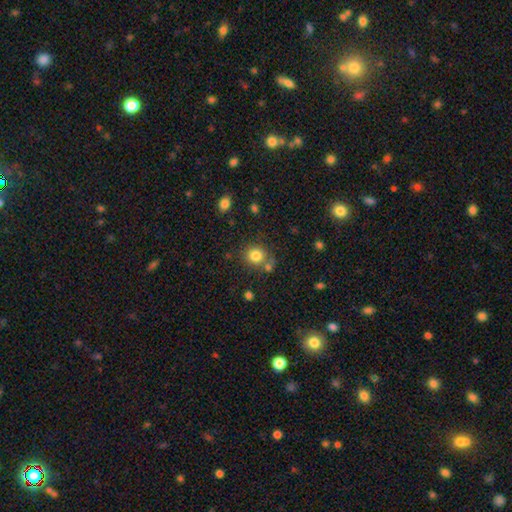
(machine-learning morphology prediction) smooth 82%, star or artifact 11%, featured or disk 7%. Down the decision tree: how rounded — round (84%); merging — none (71%).